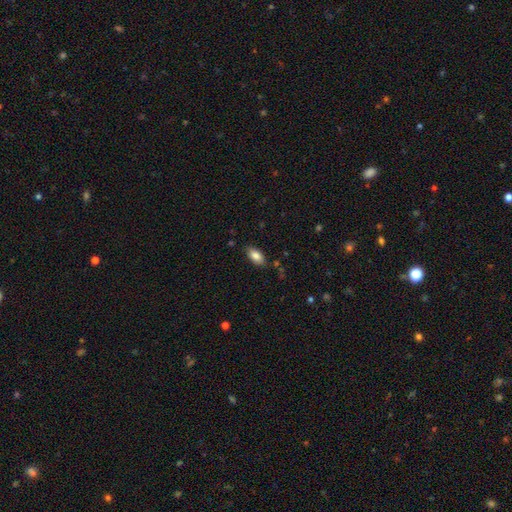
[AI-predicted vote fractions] smooth_or_featured: smooth (p=0.85) [alt: featured or disk p=0.08]
how_rounded: in between (p=0.92) [alt: cigar-shaped p=0.05]
merging: none (p=0.84) [alt: minor disturbance p=0.12]